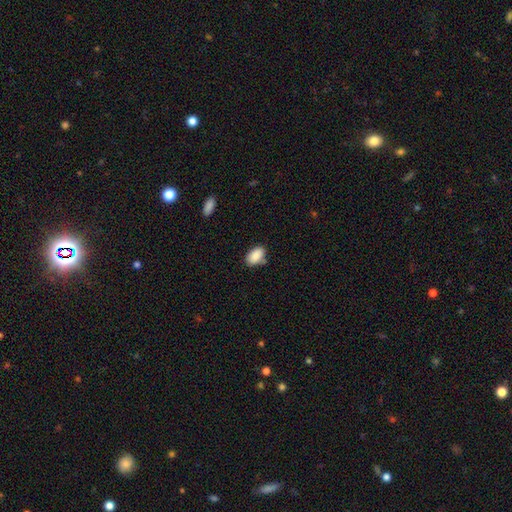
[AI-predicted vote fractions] A smooth galaxy with no disk features (88%) that is in between round and cigar-shaped (92%). Merging: none (74%).